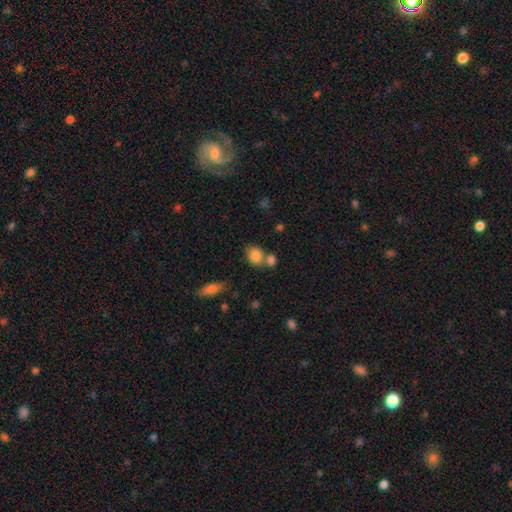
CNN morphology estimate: Smooth or featured? smooth (83%)
How rounded? in between (58%)
Merging? none (50%)